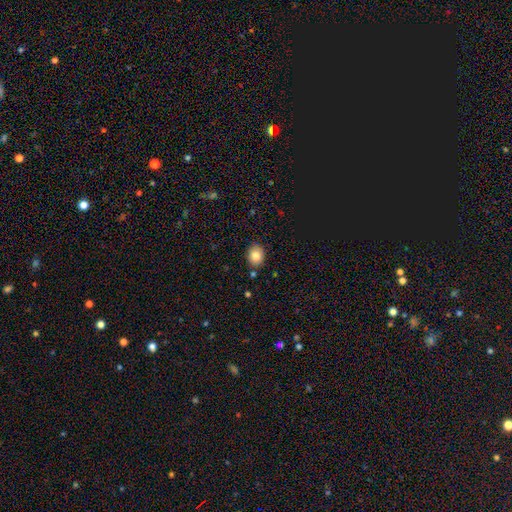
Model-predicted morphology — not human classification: Smooth or featured? smooth (81%)
How rounded? round (50%)
Merging? none (83%)